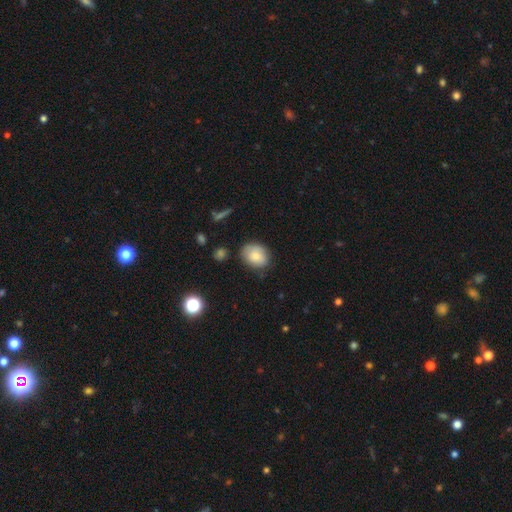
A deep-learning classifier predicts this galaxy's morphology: A smooth galaxy with no disk features (82%) that is in between round and cigar-shaped (52%).

Vote fractions:
- Smooth or featured? smooth: 82% / featured or disk: 10% / star or artifact: 8%
- How rounded? in between: 52% / round: 47% / cigar-shaped: 1%
- Merging? none: 76% / minor disturbance: 18% / major disturbance: 4% / merger: 2%